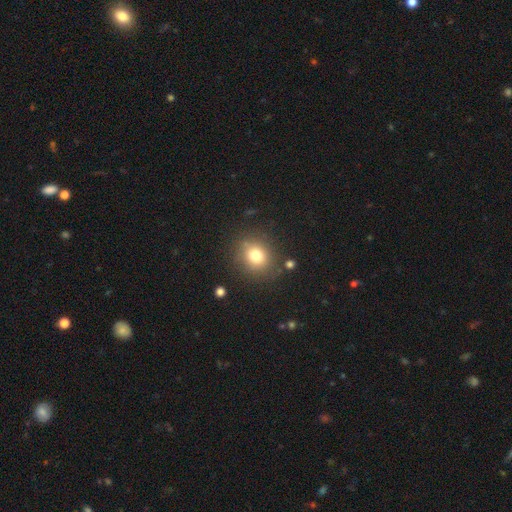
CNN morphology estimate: smooth_or_featured: smooth (p=0.76) [alt: star or artifact p=0.13]
how_rounded: round (p=0.75) [alt: in between p=0.24]
merging: none (p=0.83) [alt: minor disturbance p=0.10]